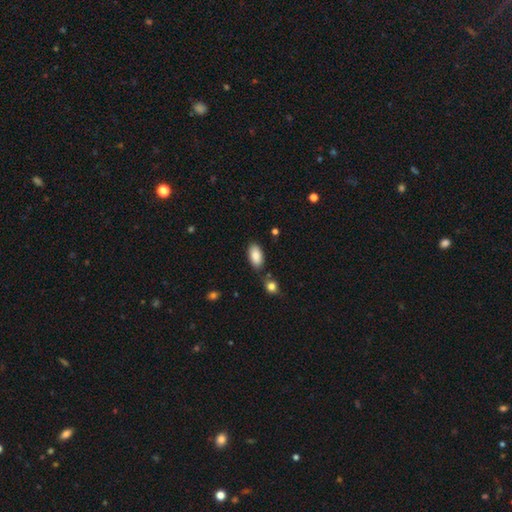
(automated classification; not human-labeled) A smooth galaxy with no disk features (86%) that is in between round and cigar-shaped (94%).

Vote fractions:
- Smooth or featured? smooth: 86% / featured or disk: 7% / star or artifact: 7%
- How rounded? in between: 94% / cigar-shaped: 4% / round: 3%
- Merging? none: 79% / minor disturbance: 12% / merger: 6% / major disturbance: 3%